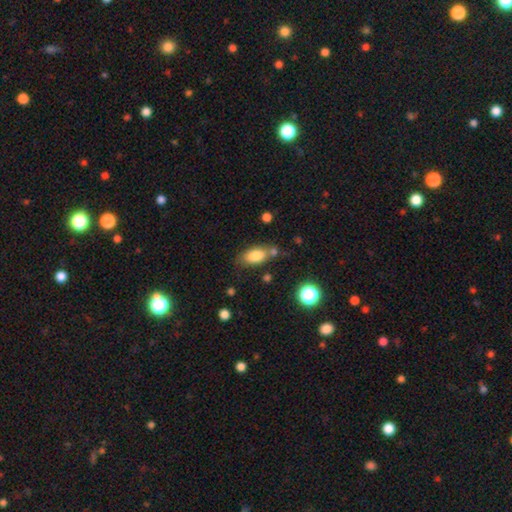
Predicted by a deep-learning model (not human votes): Overall: smooth (81%). How rounded: in between (87%). Merging: none (63%).